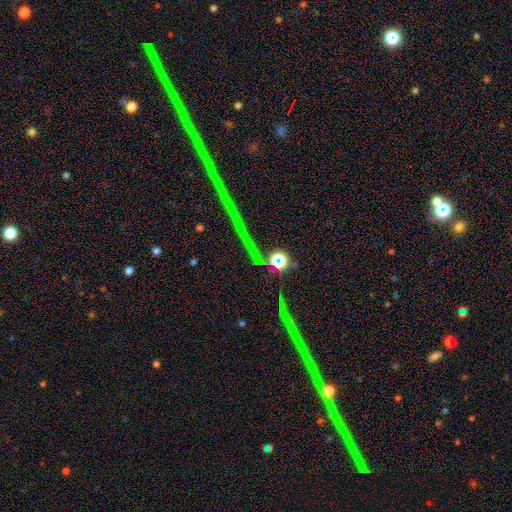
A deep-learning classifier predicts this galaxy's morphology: Q: Smooth or featured?
A: star or artifact (75%); runner-up: featured or disk (13%)